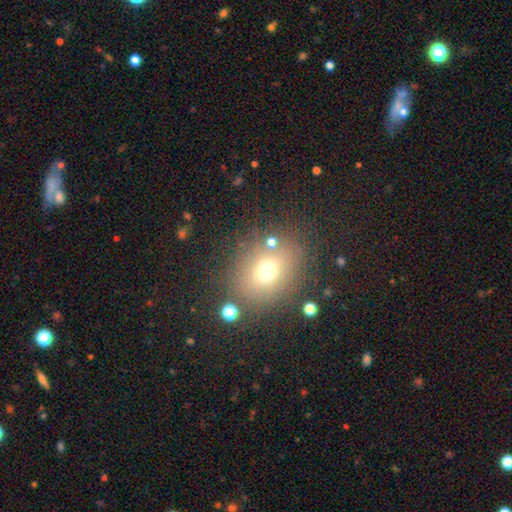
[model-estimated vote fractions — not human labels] Q: Smooth or featured?
A: smooth (66%); runner-up: star or artifact (22%)
Q: How rounded?
A: round (55%); runner-up: in between (43%)
Q: Merging?
A: none (81%); runner-up: minor disturbance (10%)